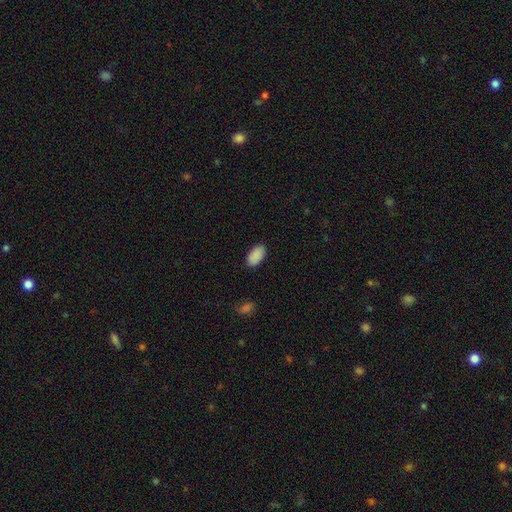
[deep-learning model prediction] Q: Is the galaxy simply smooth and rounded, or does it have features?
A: smooth — 90%.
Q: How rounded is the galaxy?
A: in between — 95%.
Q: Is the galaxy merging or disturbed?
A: none — 88%.